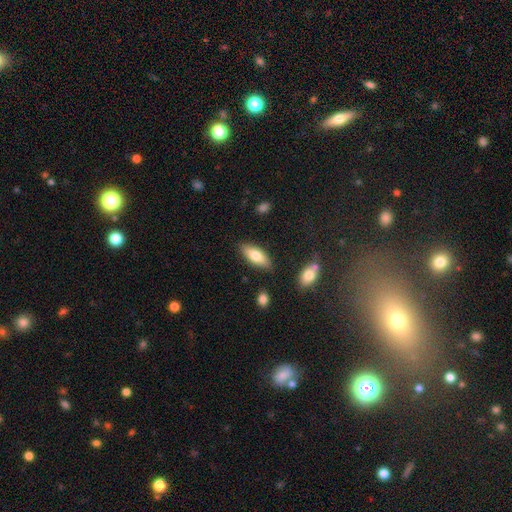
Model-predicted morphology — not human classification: smooth-or-featured: smooth: 75% | featured or disk: 19% | star or artifact: 6%
  how-rounded: in between: 75% | cigar-shaped: 23% | round: 2%
  merging: none: 83% | minor disturbance: 12% | merger: 3% | major disturbance: 3%